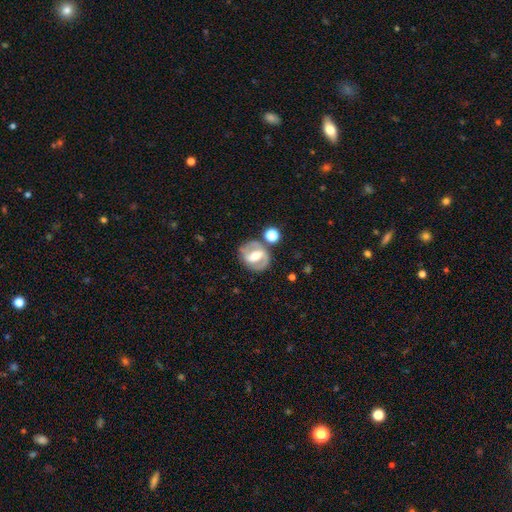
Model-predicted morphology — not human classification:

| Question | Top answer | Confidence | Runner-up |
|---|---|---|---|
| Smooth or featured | featured or disk | 74% | smooth (20%) |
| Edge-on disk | no | 96% | yes (4%) |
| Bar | strong | 50% | weak (35%) |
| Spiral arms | yes | 77% | no (23%) |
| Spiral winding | medium | 47% | tight (37%) |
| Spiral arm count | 2 | 84% | can't tell (9%) |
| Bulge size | moderate | 62% | small (17%) |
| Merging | none | 73% | minor disturbance (14%) |